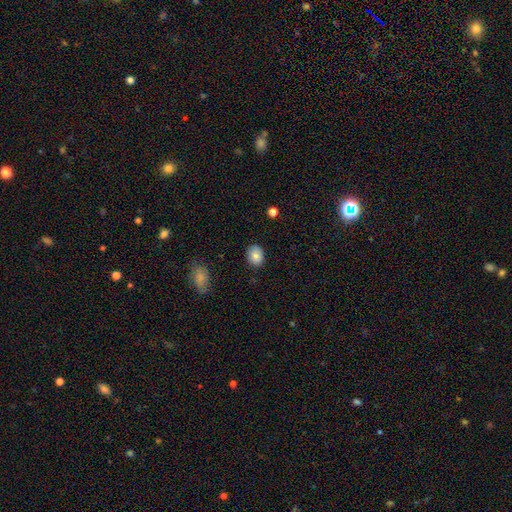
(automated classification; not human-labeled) Smooth or featured? smooth (84%)
How rounded? in between (61%)
Merging? none (84%)